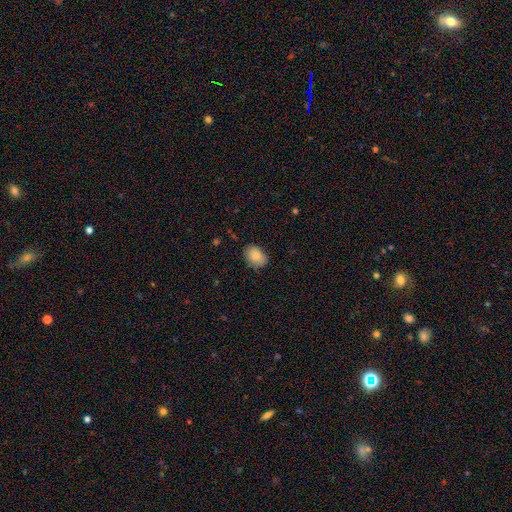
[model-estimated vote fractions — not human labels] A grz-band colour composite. It shows a smooth galaxy with no disk features (85%) that is in between round and cigar-shaped (72%). Merging: none (75%).